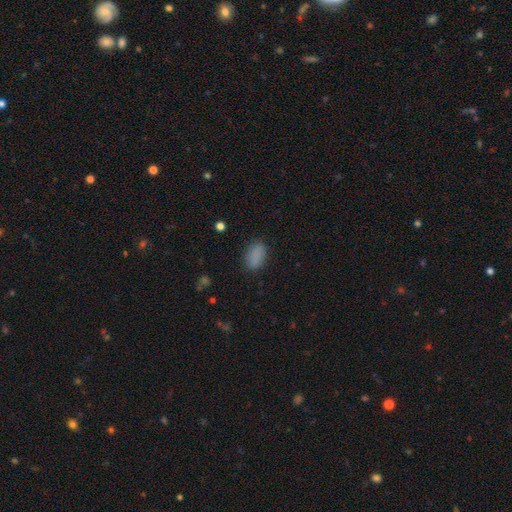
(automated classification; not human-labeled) Smooth or featured? Predicted: smooth (p=0.87). How rounded? Predicted: in between (p=0.90). Merging? Predicted: none (p=0.85).